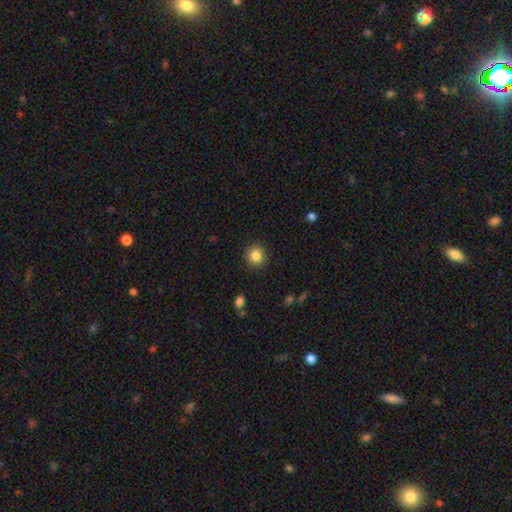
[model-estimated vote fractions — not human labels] Smooth or featured: smooth — 85% (star or artifact — 10%)
How rounded: round — 91% (in between — 8%)
Merging: none — 91% (minor disturbance — 6%)